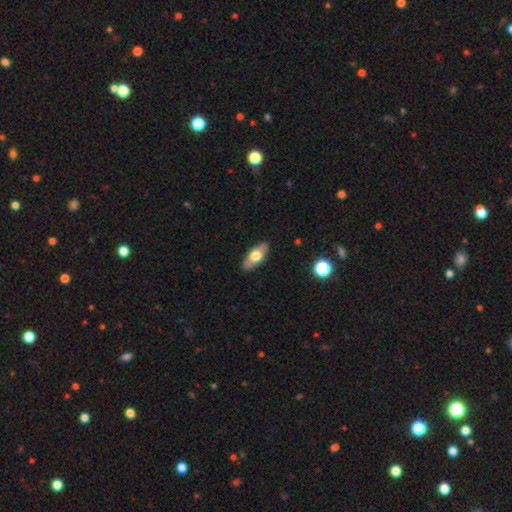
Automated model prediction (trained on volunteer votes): smooth 59%, featured or disk 34%, star or artifact 6%. Down the decision tree: how rounded — in between (84%); merging — none (87%).